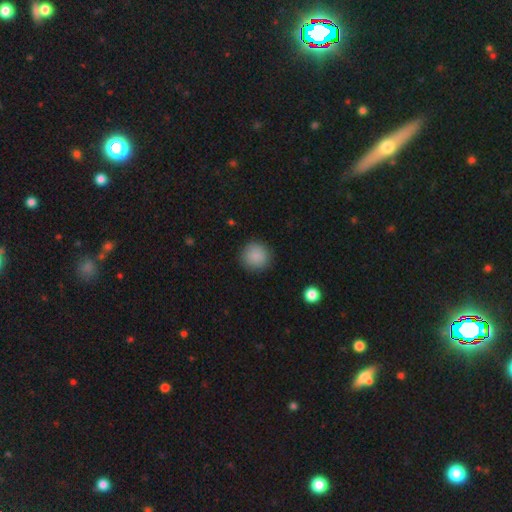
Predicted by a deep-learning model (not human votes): Smooth or featured?
  - smooth: 88% *
  - star or artifact: 8%
  - featured or disk: 3%
How rounded?
  - round: 94% *
  - in between: 5%
  - cigar-shaped: 1%
Merging?
  - none: 90% *
  - minor disturbance: 7%
  - major disturbance: 2%
  - merger: 1%